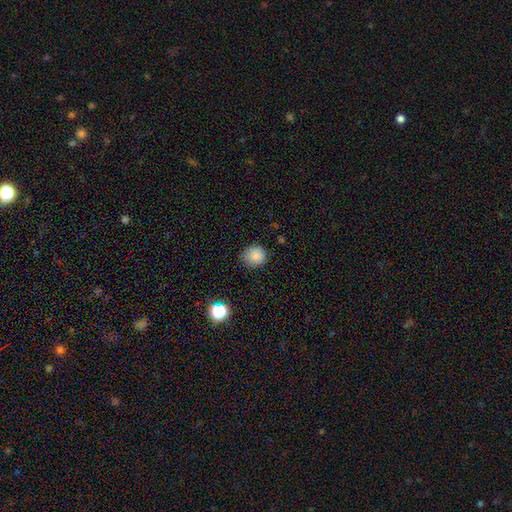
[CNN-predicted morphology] Smooth or featured? smooth (85%)
How rounded? round (89%)
Merging? none (84%)